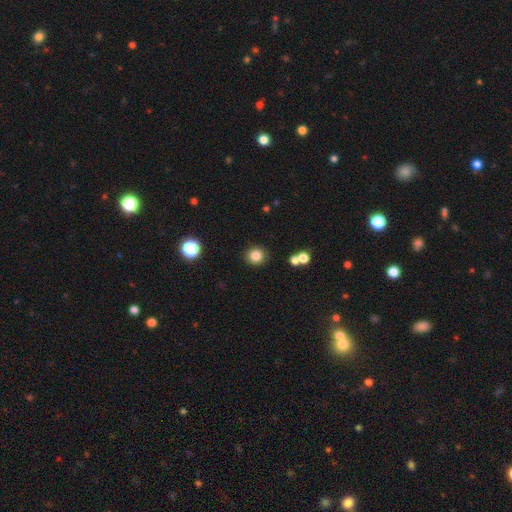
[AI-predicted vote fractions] A smooth galaxy with no disk features (82%) that is round (87%).

Vote fractions:
- Smooth or featured? smooth: 82% / star or artifact: 12% / featured or disk: 6%
- How rounded? round: 87% / in between: 12% / cigar-shaped: 1%
- Merging? none: 87% / minor disturbance: 7% / merger: 3% / major disturbance: 2%